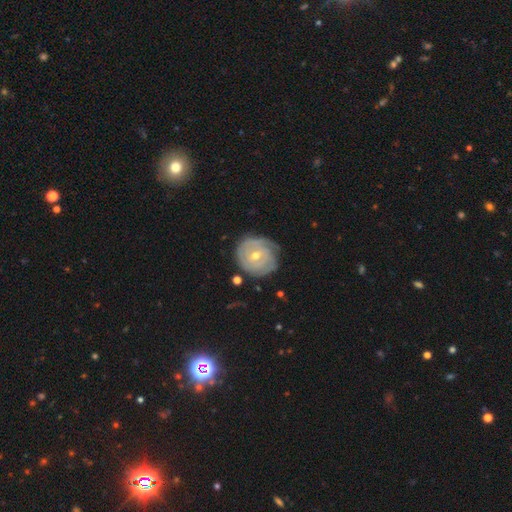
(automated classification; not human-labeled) smooth-or-featured: featured or disk: 78% | smooth: 15% | star or artifact: 6%
  disk-edge-on: no: 97% | yes: 3%
    bar: no: 64% | weak: 30% | strong: 7%
    has-spiral-arms: yes: 92% | no: 8%
      spiral-winding: tight: 80% | medium: 15% | loose: 5%
      spiral-arm-count: can't tell: 38% | 2: 21% | 3: 20% | 4: 9% | 1: 7% | more than 4: 5%
    bulge-size: moderate: 52% | small: 46% | large: 1% | none: 1% | dominant: 1%
  merging: none: 73% | minor disturbance: 19% | major disturbance: 5% | merger: 2%